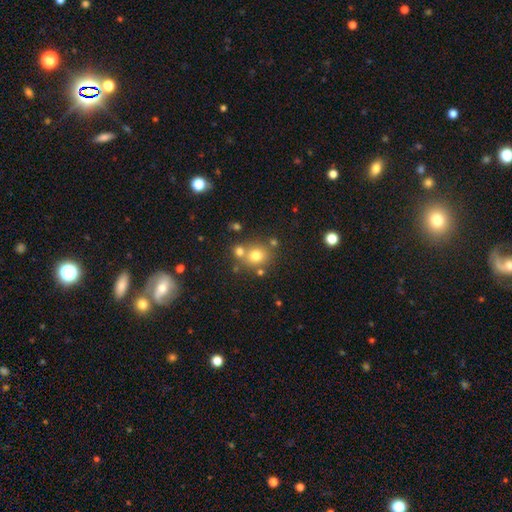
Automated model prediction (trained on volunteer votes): Morphology: type=smooth (74%); roundness=round (80%); merging=none (63%).